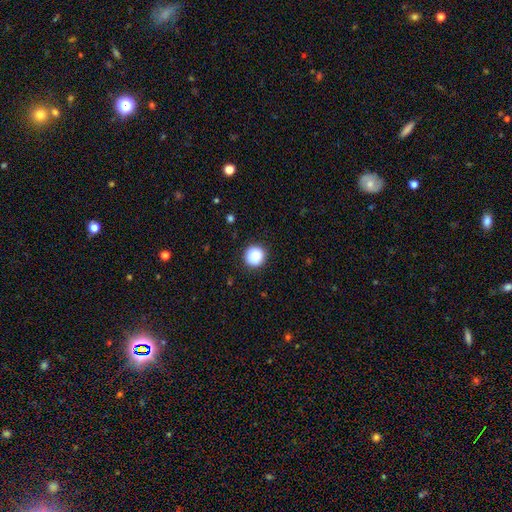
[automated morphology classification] Smooth or featured: smooth — 87% (star or artifact — 9%)
How rounded: round — 94% (in between — 5%)
Merging: none — 90% (minor disturbance — 7%)